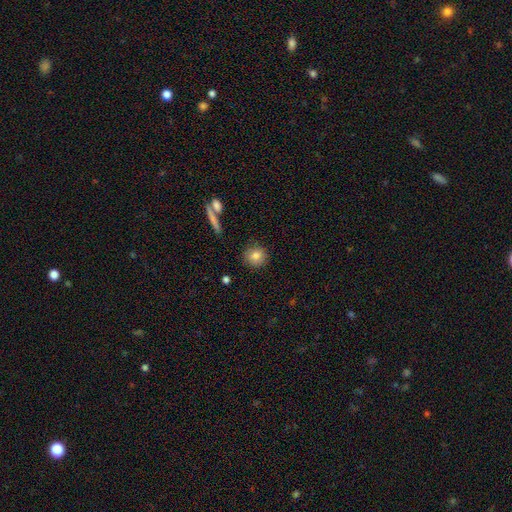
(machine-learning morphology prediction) type=smooth (80%); roundness=round (89%); merging=none (86%).